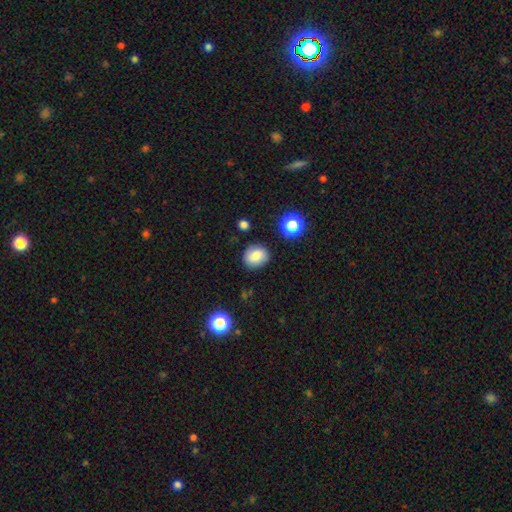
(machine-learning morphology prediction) smooth-or-featured: smooth: 77% | featured or disk: 12% | star or artifact: 10%
  how-rounded: round: 65% | in between: 34% | cigar-shaped: 1%
  merging: none: 82% | minor disturbance: 12% | major disturbance: 3% | merger: 2%